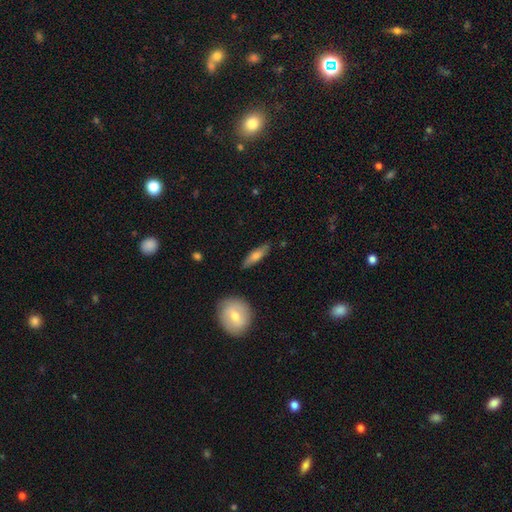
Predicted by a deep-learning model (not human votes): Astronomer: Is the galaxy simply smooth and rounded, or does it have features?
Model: smooth — 58% (runner-up: featured or disk, 36%).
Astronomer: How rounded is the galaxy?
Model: cigar-shaped — 63%.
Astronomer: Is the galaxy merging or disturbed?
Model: none — 85%.